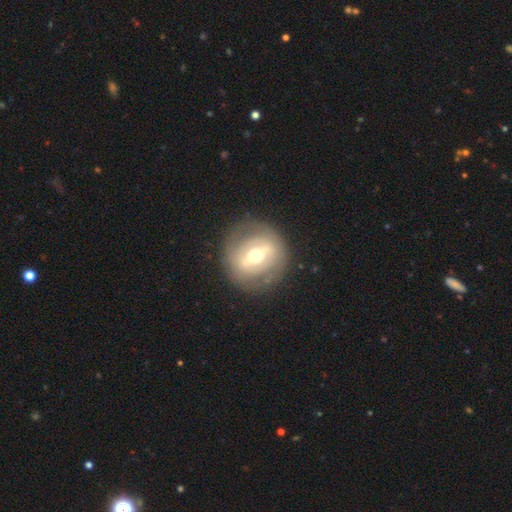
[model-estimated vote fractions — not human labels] Morphology: type=featured or disk (71%); edge-on=no (85%); bar=strong (63%); spiral arms=no (68%); bulge=moderate (69%); merging=none (81%).